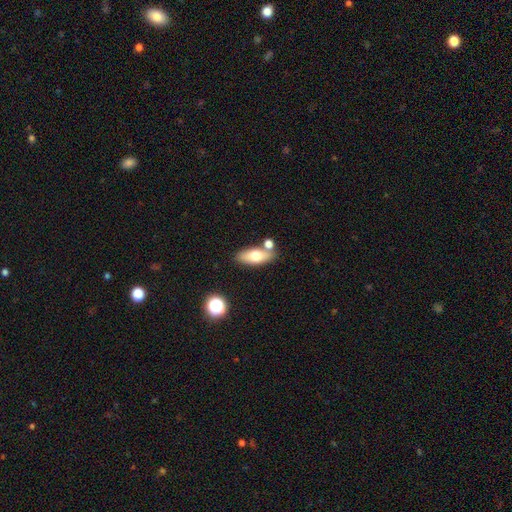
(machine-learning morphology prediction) smooth_or_featured: smooth (p=0.67) [alt: featured or disk p=0.25]
how_rounded: in between (p=0.76) [alt: cigar-shaped p=0.19]
merging: none (p=0.71) [alt: merger p=0.14]